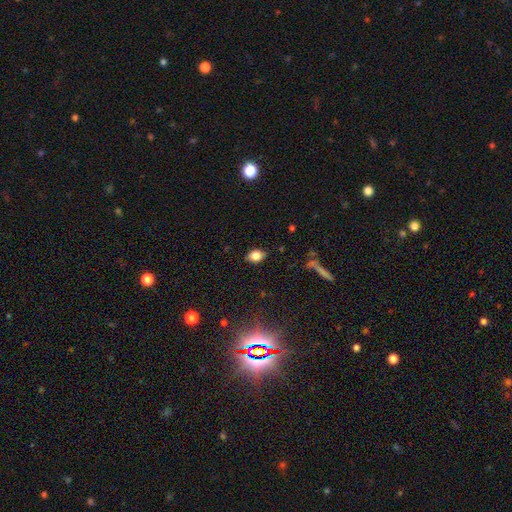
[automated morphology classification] The model was most divided on "how rounded": in between: 79%, round: 19%, cigar-shaped: 2%. More confident: merging — none (85%); smooth or featured — smooth (81%).